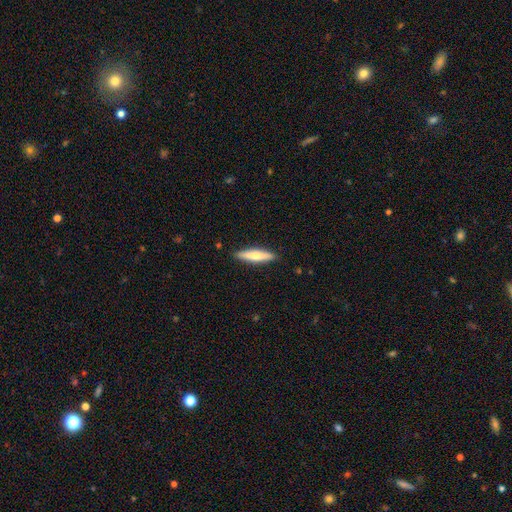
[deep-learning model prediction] A smooth galaxy with no disk features (61%) that is cigar-shaped (81%). Merging: none (89%).